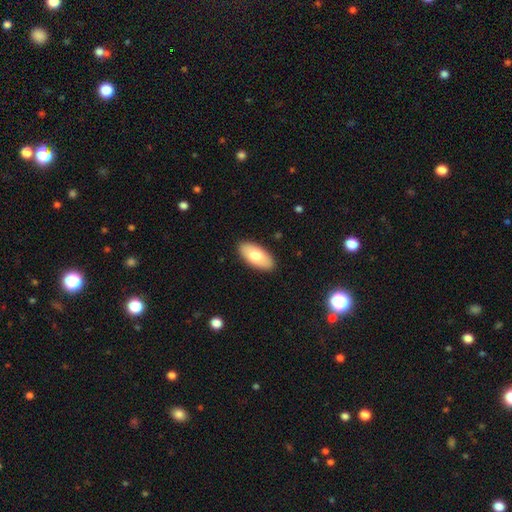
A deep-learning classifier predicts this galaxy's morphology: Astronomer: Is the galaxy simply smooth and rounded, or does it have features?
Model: smooth — 74%.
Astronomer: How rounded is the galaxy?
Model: in between — 93%.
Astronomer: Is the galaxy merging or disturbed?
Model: none — 90%.